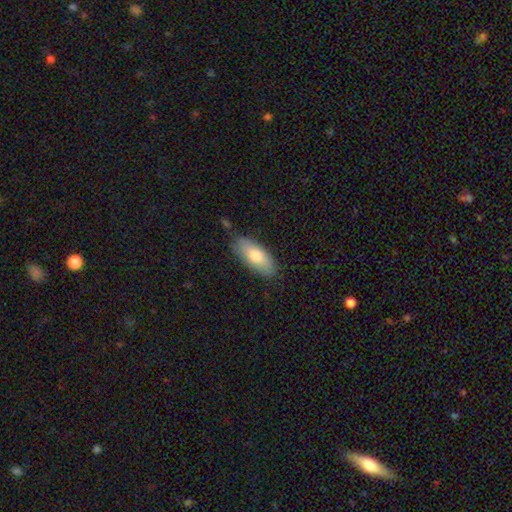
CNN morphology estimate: Smooth or featured? Predicted: smooth (p=0.75). How rounded? Predicted: in between (p=0.82). Merging? Predicted: none (p=0.80).